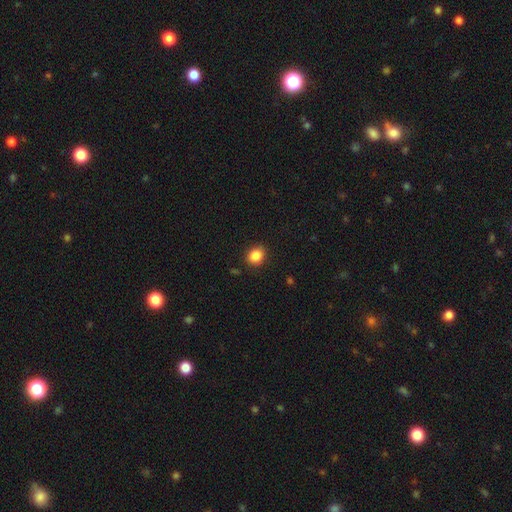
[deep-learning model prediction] A smooth galaxy with no disk features (86%) that is round (62%).

Vote fractions:
- Smooth or featured? smooth: 86% / star or artifact: 10% / featured or disk: 4%
- How rounded? round: 62% / in between: 37% / cigar-shaped: 1%
- Merging? none: 88% / minor disturbance: 9% / major disturbance: 2% / merger: 1%